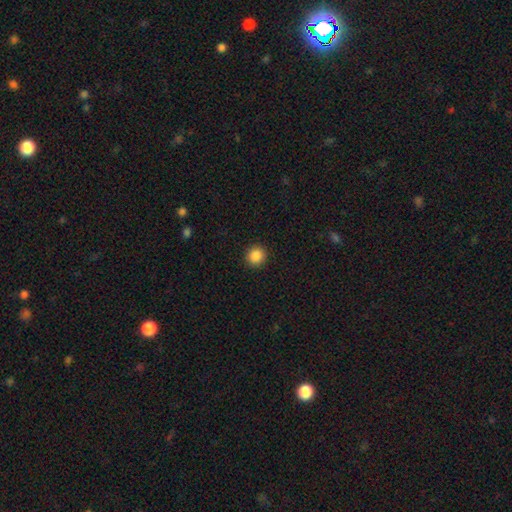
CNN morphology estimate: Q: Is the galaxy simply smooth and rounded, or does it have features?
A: smooth — 88%.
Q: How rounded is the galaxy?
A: round — 90%.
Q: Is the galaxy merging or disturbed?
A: none — 92%.